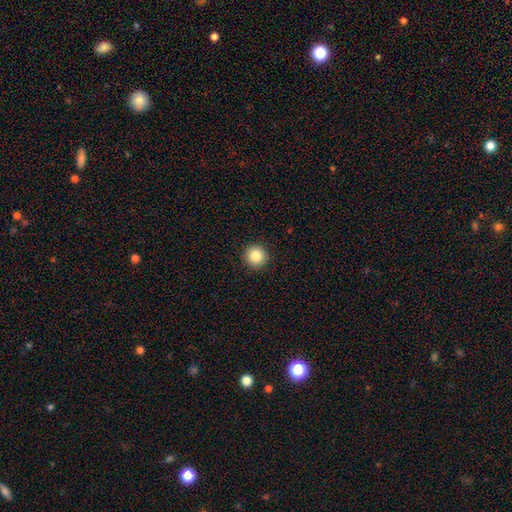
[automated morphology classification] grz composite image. It shows a smooth galaxy with no disk features (85%) that is round (95%). Merging: none (93%).